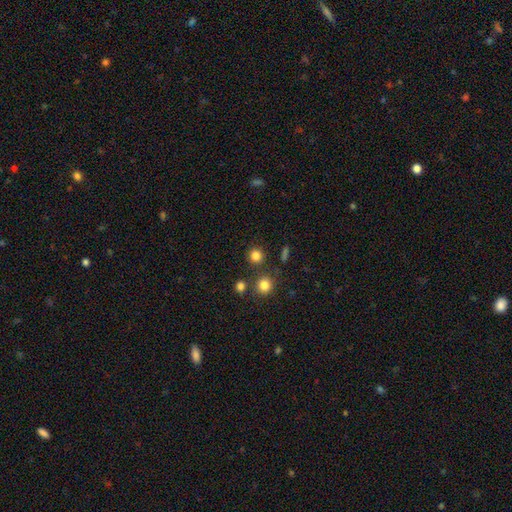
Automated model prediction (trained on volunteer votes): Overall: smooth (82%). How rounded: round (90%). Merging: none (83%).